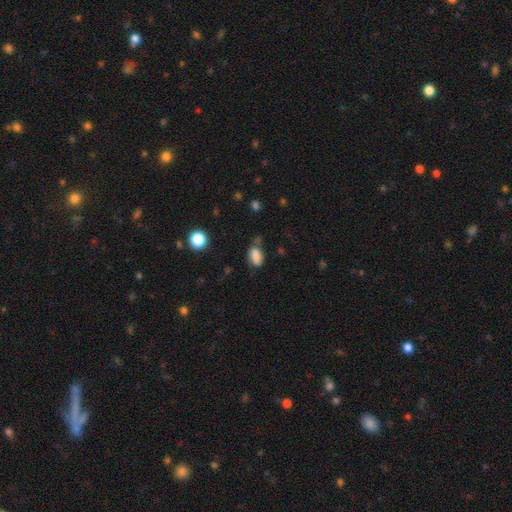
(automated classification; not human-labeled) smooth-or-featured: smooth: 79% | featured or disk: 11% | star or artifact: 10%
  how-rounded: in between: 89% | round: 9% | cigar-shaped: 3%
  merging: none: 55% | minor disturbance: 28% | major disturbance: 9% | merger: 8%